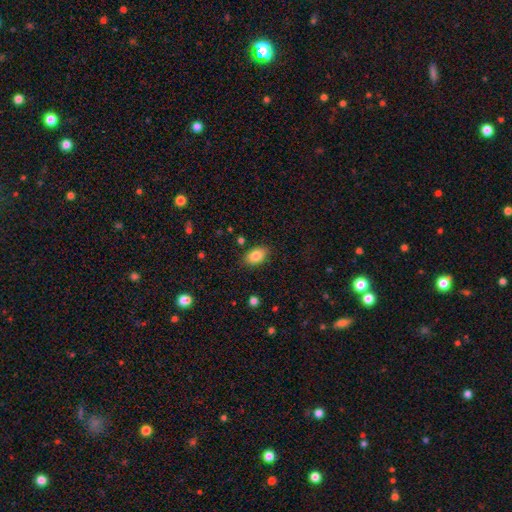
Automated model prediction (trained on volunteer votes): Smooth or featured? smooth (84%)
How rounded? in between (88%)
Merging? none (84%)